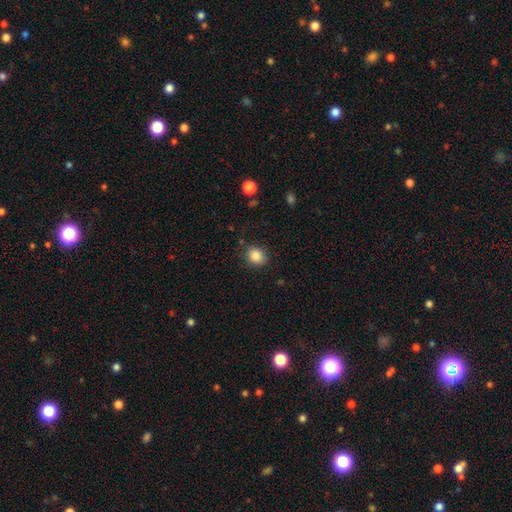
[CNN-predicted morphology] Q: Smooth or featured?
A: smooth (84%); runner-up: star or artifact (10%)
Q: How rounded?
A: round (67%); runner-up: in between (32%)
Q: Merging?
A: none (84%); runner-up: minor disturbance (12%)